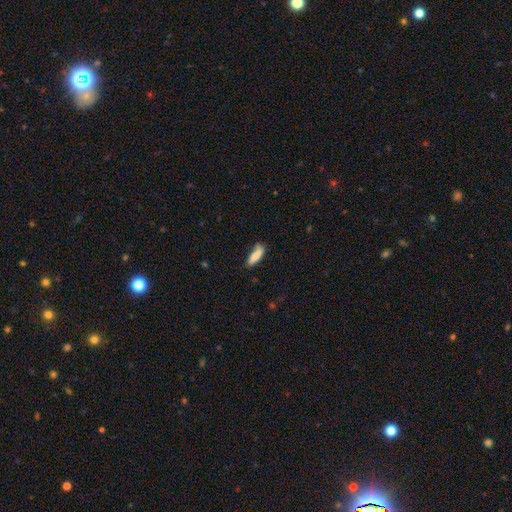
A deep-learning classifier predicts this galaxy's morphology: Smooth or featured: smooth — 74% (featured or disk — 20%)
How rounded: in between — 55% (cigar-shaped — 43%)
Merging: none — 58% (minor disturbance — 29%)